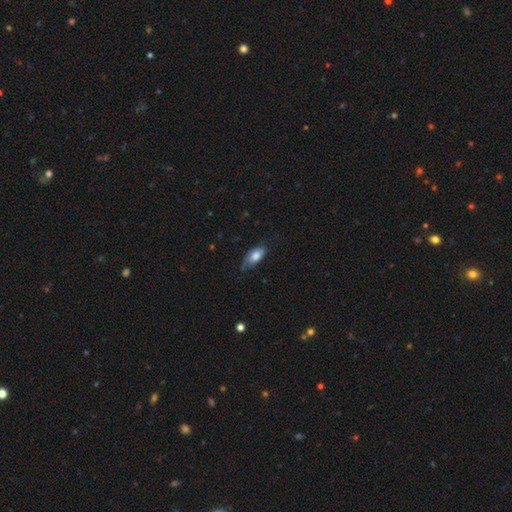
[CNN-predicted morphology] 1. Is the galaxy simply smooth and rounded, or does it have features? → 76% smooth, 17% featured or disk, 7% star or artifact.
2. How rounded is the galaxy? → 88% in between, 9% cigar-shaped, 3% round.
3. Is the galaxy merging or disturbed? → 54% none, 35% minor disturbance, 10% major disturbance, 2% merger.